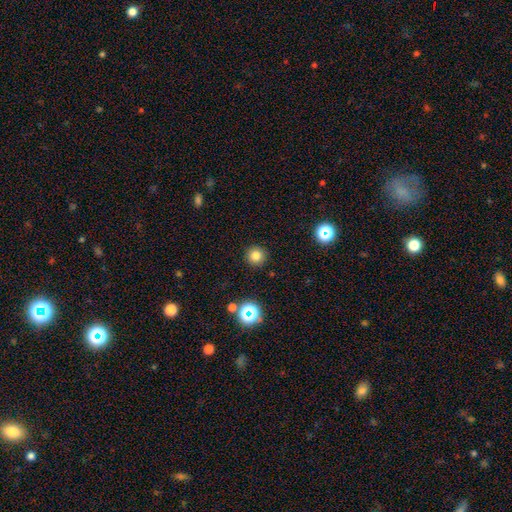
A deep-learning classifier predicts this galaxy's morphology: Smooth or featured?
  - smooth: 79% *
  - star or artifact: 15%
  - featured or disk: 6%
How rounded?
  - round: 95% *
  - in between: 4%
  - cigar-shaped: 1%
Merging?
  - none: 91% *
  - minor disturbance: 5%
  - major disturbance: 2%
  - merger: 1%